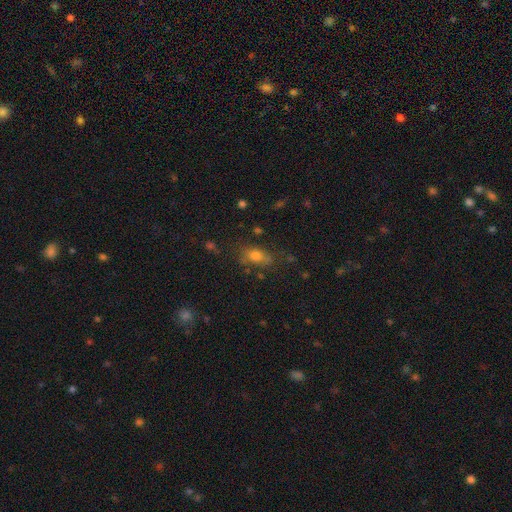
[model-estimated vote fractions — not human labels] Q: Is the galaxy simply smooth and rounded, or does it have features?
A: smooth — 70%.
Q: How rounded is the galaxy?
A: in between — 75%.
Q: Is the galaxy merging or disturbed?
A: none — 63%.